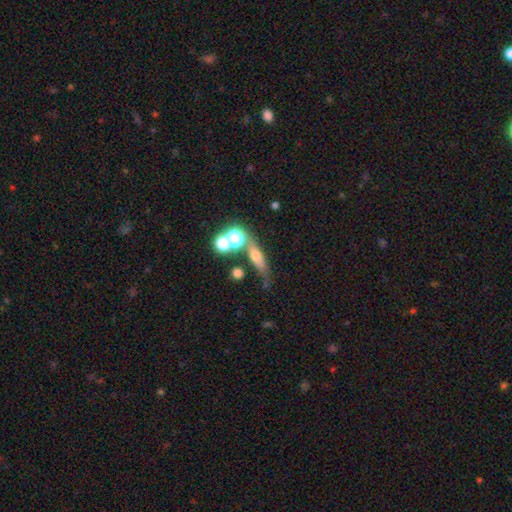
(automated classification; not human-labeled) Smooth or featured? Predicted: smooth (p=0.47). Merging? Predicted: none (p=0.57).